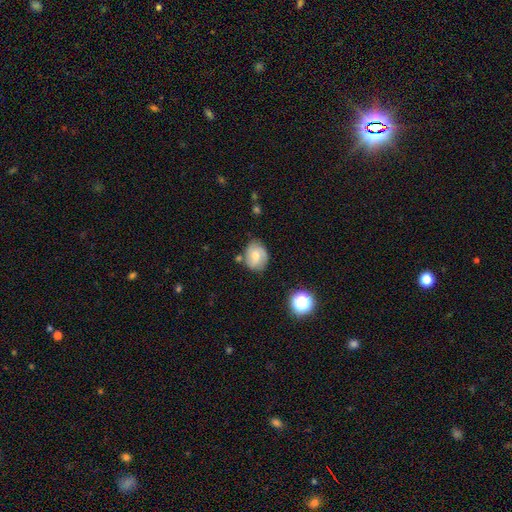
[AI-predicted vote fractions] A smooth galaxy with no disk features (45%, tied with featured or disk).

Vote fractions:
- Smooth or featured? smooth: 45% (tied) / featured or disk: 45% (tied) / star or artifact: 10%
- Merging? none: 69% / minor disturbance: 21% / merger: 6% / major disturbance: 5%